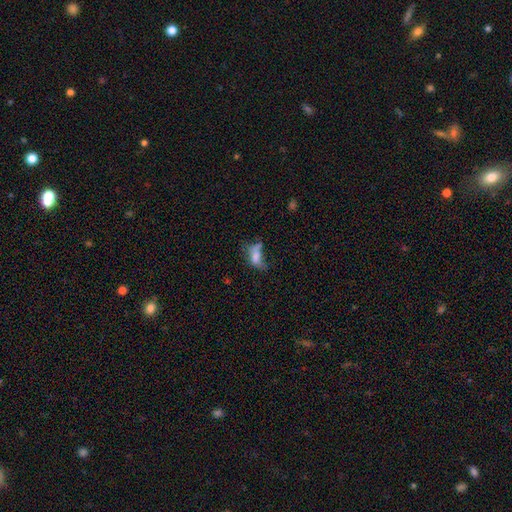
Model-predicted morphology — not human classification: Smooth or featured: smooth — 61% (featured or disk — 25%)
How rounded: in between — 81% (cigar-shaped — 13%)
Merging: major disturbance — 44% (none — 23%)